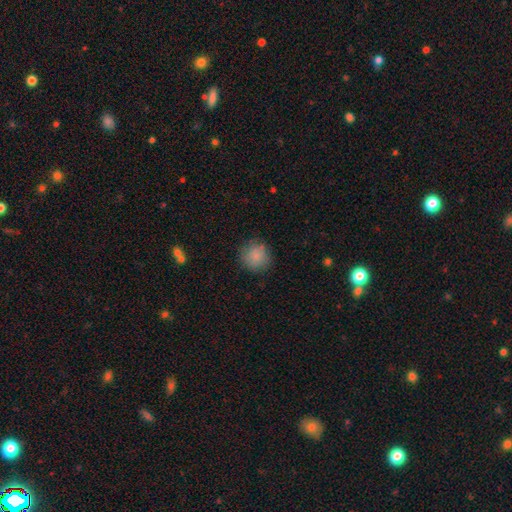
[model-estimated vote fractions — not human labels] Smooth or featured? Predicted: smooth (p=0.86). How rounded? Predicted: round (p=0.91). Merging? Predicted: none (p=0.84).